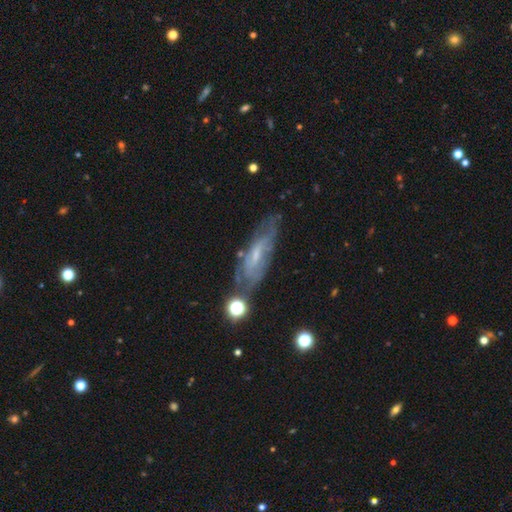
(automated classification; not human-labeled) A featured or disk galaxy (67%) with a weak bar (45%), spiral arms (71%) and a small central bulge (58%).

Vote fractions:
- Smooth or featured? featured or disk: 67% / smooth: 24% / star or artifact: 9%
- Edge-on disk? no: 75% / yes: 25%
- Bar? weak: 45% / no: 41% / strong: 13%
- Spiral arms? yes: 71% / no: 29%
- Bulge size? small: 58% / moderate: 26% / none: 13% / large: 2% / dominant: 1%
- Merging? none: 64% / minor disturbance: 21% / major disturbance: 10% / merger: 5%